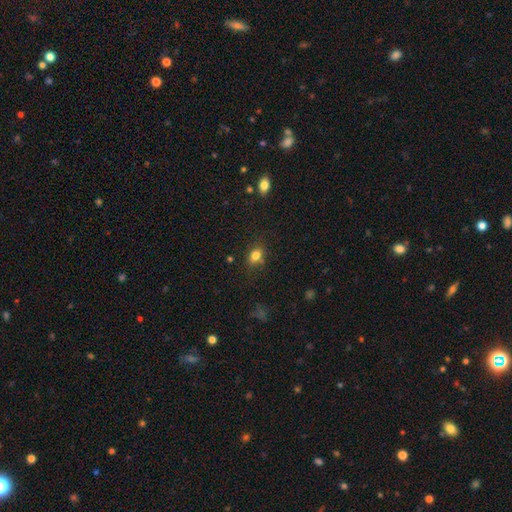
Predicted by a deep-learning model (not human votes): The model was most divided on "how rounded": in between: 61%, round: 37%, cigar-shaped: 2%. More confident: smooth or featured — smooth (81%); merging — none (76%).